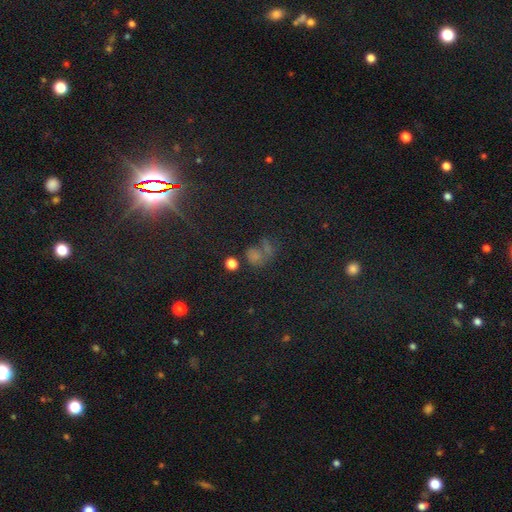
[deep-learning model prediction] A star or artifact, not a galaxy (55%).